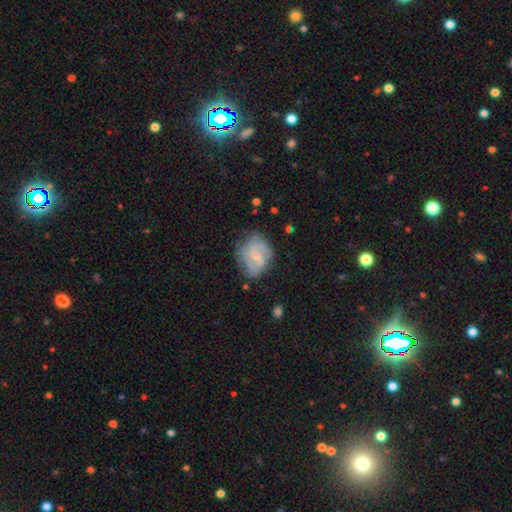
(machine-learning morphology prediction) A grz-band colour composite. It shows a featured or disk galaxy (73%) with a weak bar (48%), 2 (48%) medium (43%) spiral arms (90%) and a small central bulge (67%). Merging: none (65%).